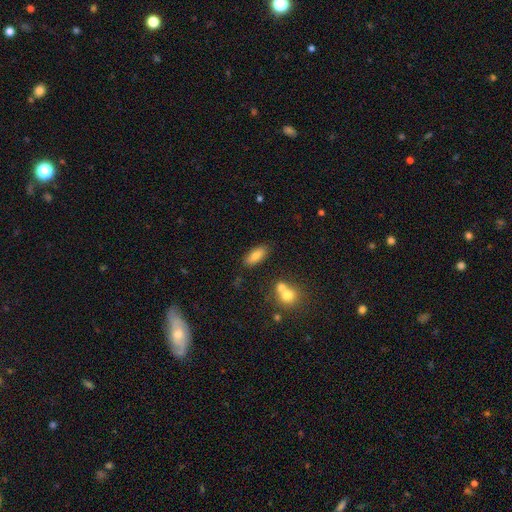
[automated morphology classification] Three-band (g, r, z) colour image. It shows a smooth galaxy with no disk features (77%) that is in between round and cigar-shaped (82%). Merging: none (80%).